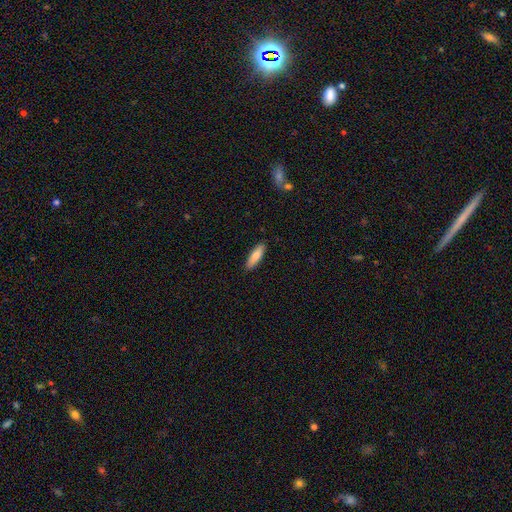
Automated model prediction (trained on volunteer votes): Morphology: type=smooth (82%); roundness=cigar-shaped (51%); merging=none (88%).